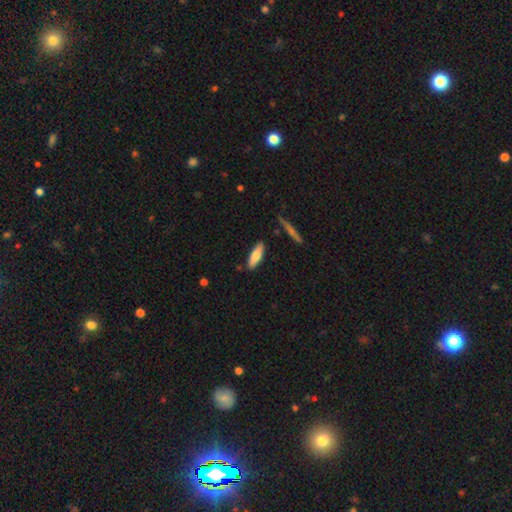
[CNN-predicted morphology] Smooth or featured: smooth — 75% (featured or disk — 19%)
How rounded: in between — 51% (cigar-shaped — 47%)
Merging: none — 85% (minor disturbance — 10%)